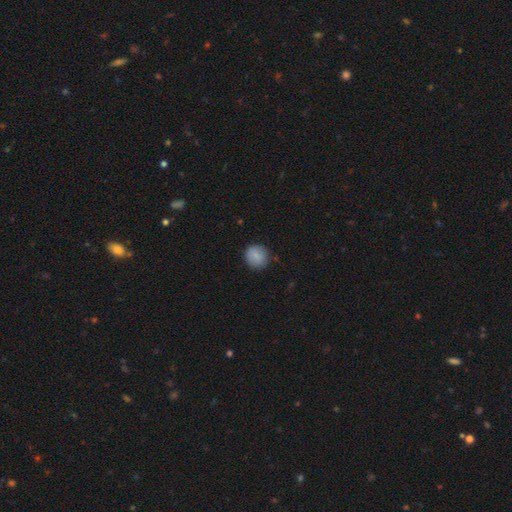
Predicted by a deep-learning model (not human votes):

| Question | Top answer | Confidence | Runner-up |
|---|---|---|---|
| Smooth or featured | smooth | 84% | featured or disk (8%) |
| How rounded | round | 89% | in between (10%) |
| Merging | none | 86% | minor disturbance (10%) |